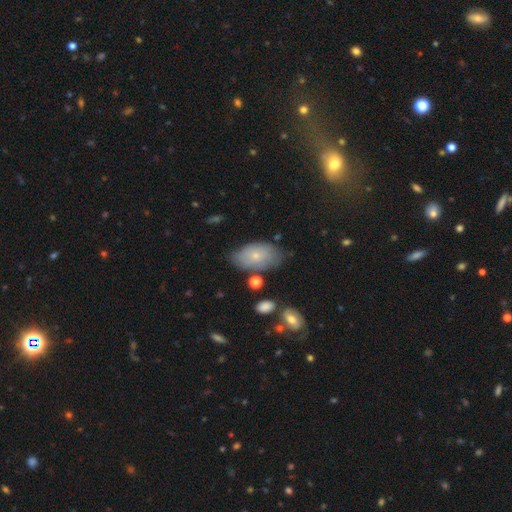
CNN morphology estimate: This is likely a smooth galaxy (66%). How rounded: clearly in between (92%). Merging: likely none (66%).